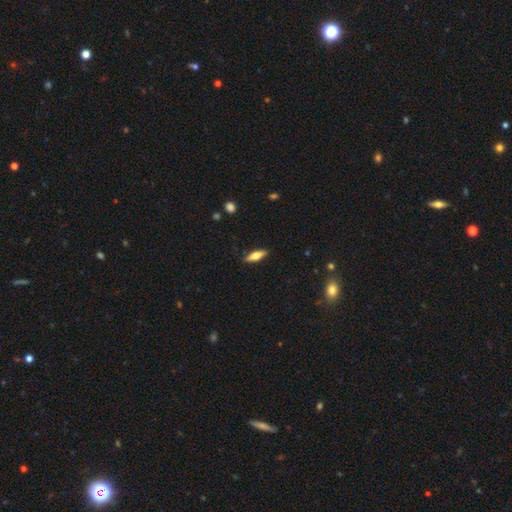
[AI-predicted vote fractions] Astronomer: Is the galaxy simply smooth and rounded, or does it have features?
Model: smooth — 63%.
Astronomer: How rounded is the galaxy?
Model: in between — 52% (runner-up: cigar-shaped, 46%).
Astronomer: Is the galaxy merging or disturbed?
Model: none — 88%.